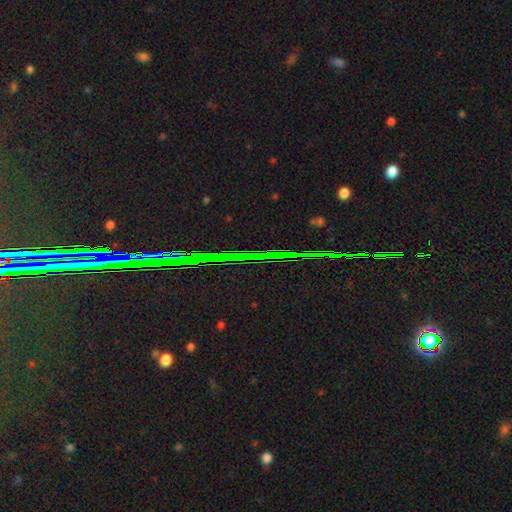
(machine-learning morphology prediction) This appears to be a star or artifact, not a galaxy (87%).